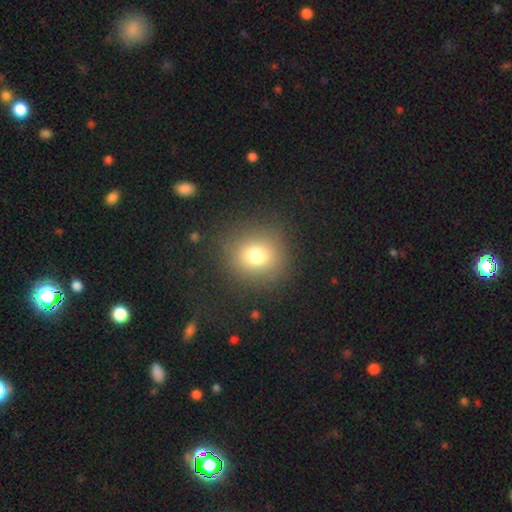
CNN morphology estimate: A smooth galaxy with no disk features (75%) that is round (86%).

Vote fractions:
- Smooth or featured? smooth: 75% / star or artifact: 16% / featured or disk: 10%
- How rounded? round: 86% / in between: 13% / cigar-shaped: 1%
- Merging? none: 87% / minor disturbance: 8% / major disturbance: 4% / merger: 1%